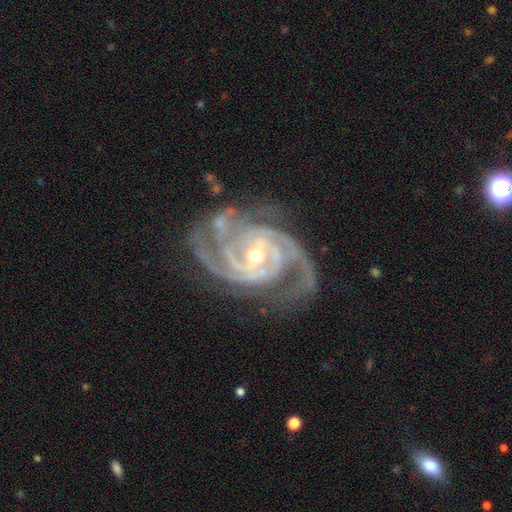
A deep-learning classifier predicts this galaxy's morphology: A featured or disk galaxy (94%) with no bar (40%), 3 (42%) tight (59%) spiral arms (99%) and a small central bulge (53%).

Vote fractions:
- Smooth or featured? featured or disk: 94% / star or artifact: 4% / smooth: 2%
- Edge-on disk? no: 98% / yes: 2%
- Bar? no: 40% / weak: 37% / strong: 22%
- Spiral arms? yes: 99% / no: 1%
- Spiral winding? tight: 59% / medium: 36% / loose: 5%
- Spiral arm count? 3: 42% / 4: 20% / 2: 17% / can't tell: 8% / more than 4: 6% / 1: 6%
- Bulge size? small: 53% / moderate: 44% / large: 1% / none: 1% / dominant: 1%
- Merging? none: 66% / minor disturbance: 20% / major disturbance: 11% / merger: 3%